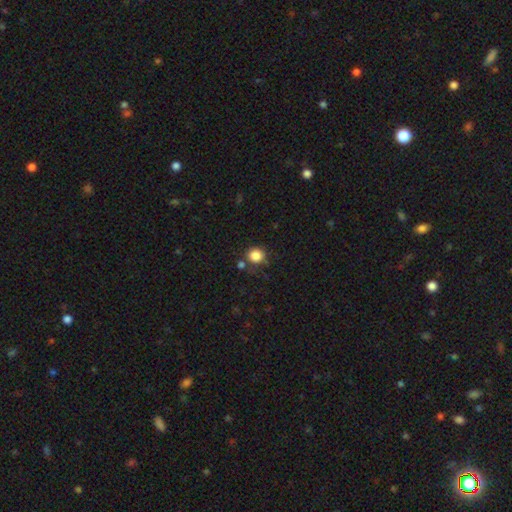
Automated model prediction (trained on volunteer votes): A smooth galaxy with no disk features (85%) that is round (86%). Merging: none (73%).